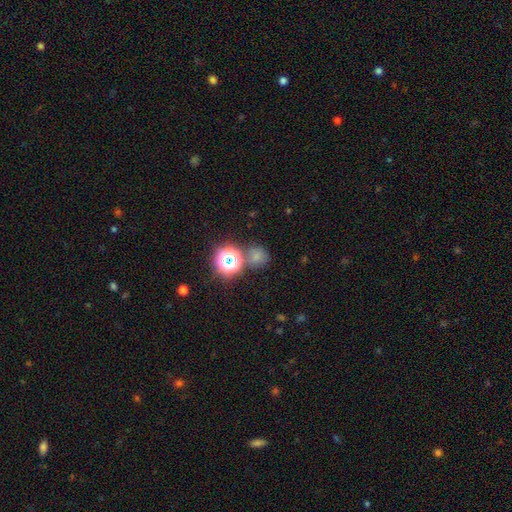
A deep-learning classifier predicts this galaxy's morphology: Q: Smooth or featured?
A: smooth (66%); runner-up: star or artifact (28%)
Q: How rounded?
A: round (85%); runner-up: in between (14%)
Q: Merging?
A: none (71%); runner-up: merger (14%)